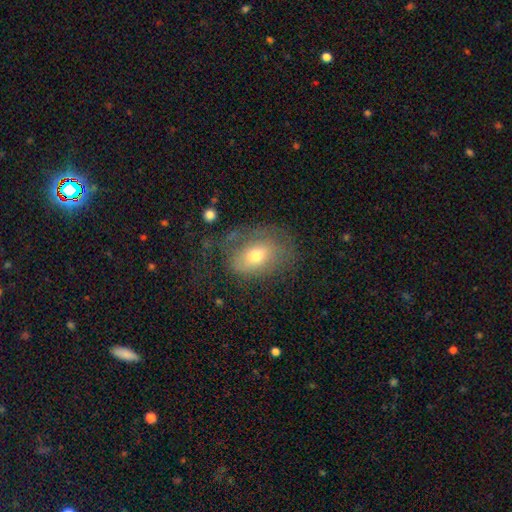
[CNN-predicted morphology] This appears to be a smooth galaxy with no disk features (57%) that is in between round and cigar-shaped (76%). Merging: none (45%).